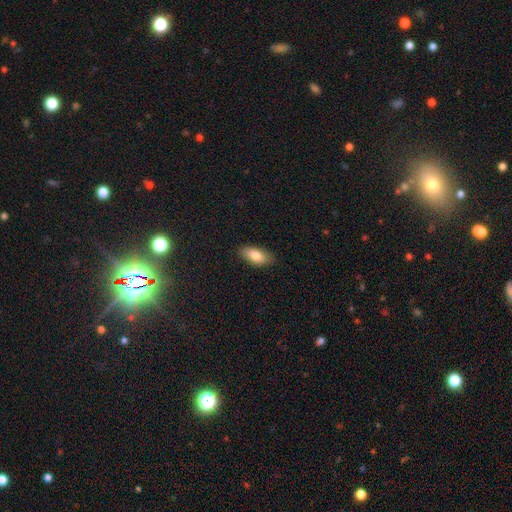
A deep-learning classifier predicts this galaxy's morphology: Q: Smooth or featured?
A: smooth (80%); runner-up: featured or disk (13%)
Q: How rounded?
A: in between (86%); runner-up: cigar-shaped (11%)
Q: Merging?
A: none (86%); runner-up: minor disturbance (11%)